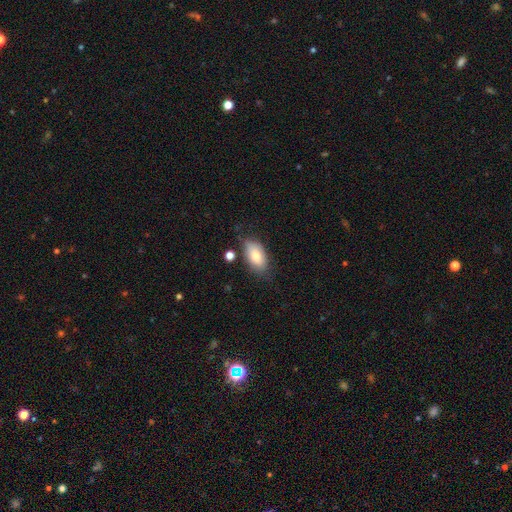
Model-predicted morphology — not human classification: A smooth galaxy with no disk features (81%) that is in between round and cigar-shaped (92%). Merging: none (68%).